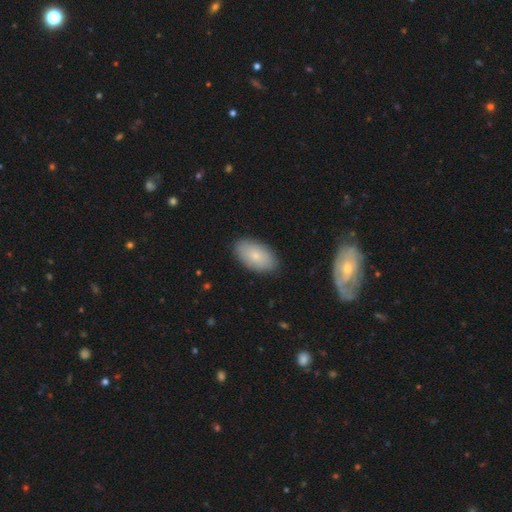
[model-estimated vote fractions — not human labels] smooth_or_featured: smooth (p=0.77) [alt: featured or disk p=0.16]
how_rounded: in between (p=0.94) [alt: round p=0.04]
merging: none (p=0.86) [alt: minor disturbance p=0.10]